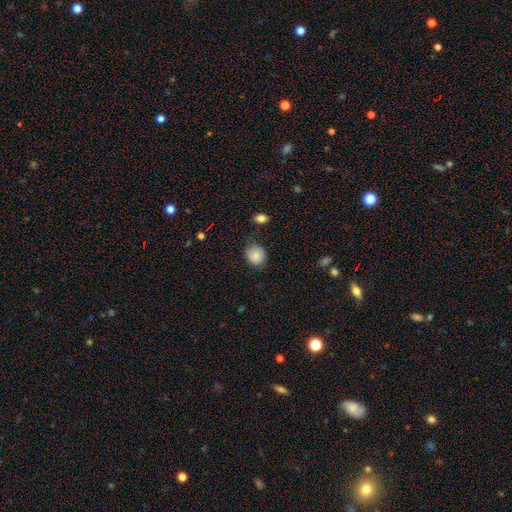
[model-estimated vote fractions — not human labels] smooth 84%, star or artifact 9%, featured or disk 7%. Down the decision tree: how rounded — round (69%); merging — none (76%).